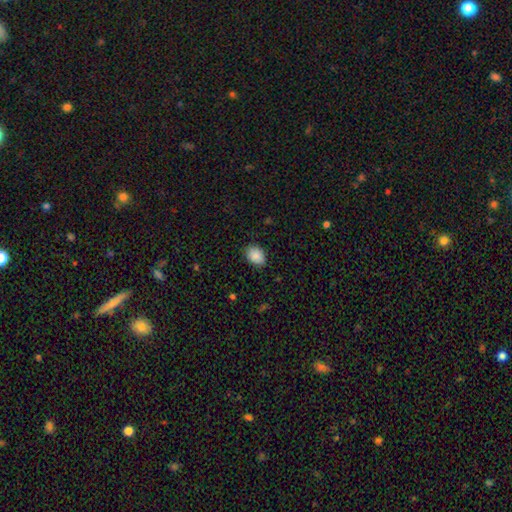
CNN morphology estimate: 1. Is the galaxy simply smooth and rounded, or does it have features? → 88% smooth, 8% star or artifact, 4% featured or disk.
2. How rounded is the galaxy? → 68% in between, 31% round, 1% cigar-shaped.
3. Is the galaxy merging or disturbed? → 82% none, 14% minor disturbance, 3% major disturbance, 1% merger.